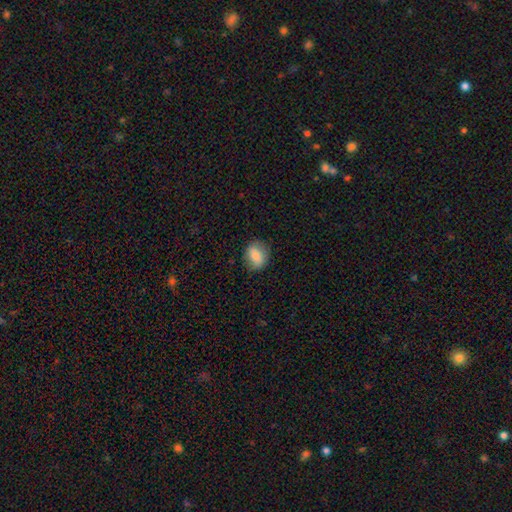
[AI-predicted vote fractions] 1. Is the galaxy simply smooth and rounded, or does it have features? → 76% smooth, 16% featured or disk, 8% star or artifact.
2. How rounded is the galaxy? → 51% in between, 48% round, 2% cigar-shaped.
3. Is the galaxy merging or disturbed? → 81% none, 14% minor disturbance, 4% major disturbance, 1% merger.